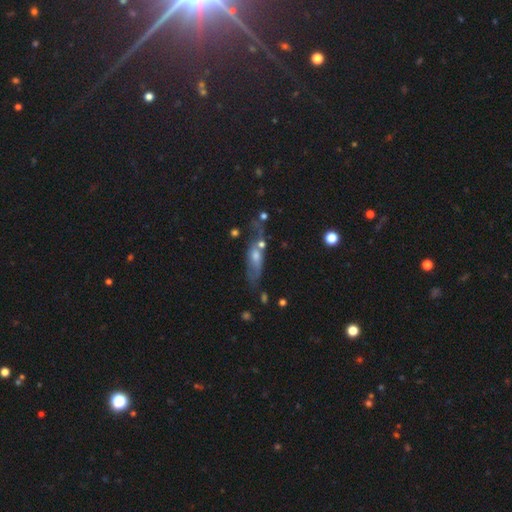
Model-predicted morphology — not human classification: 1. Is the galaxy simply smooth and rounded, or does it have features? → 53% featured or disk, 34% smooth, 13% star or artifact.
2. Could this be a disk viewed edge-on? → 59% no, 41% yes.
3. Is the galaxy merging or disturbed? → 47% none, 22% minor disturbance, 16% major disturbance, 15% merger.